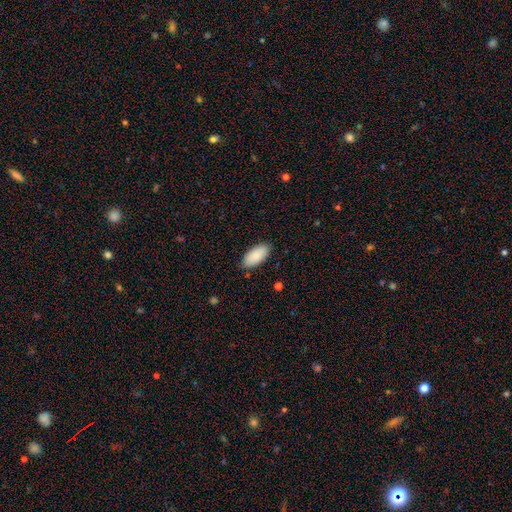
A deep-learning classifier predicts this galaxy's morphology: Overall: smooth (89%). How rounded: in between (94%). Merging: none (86%).